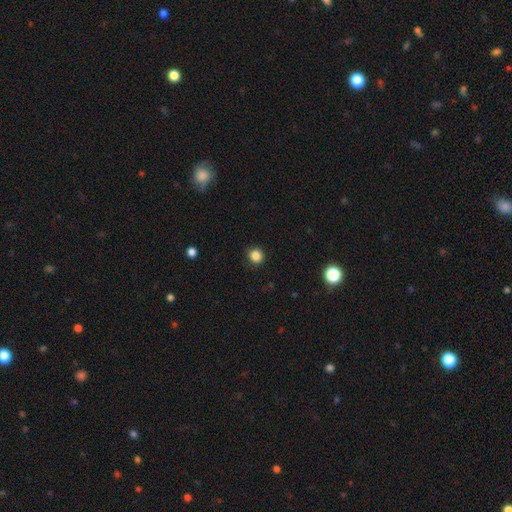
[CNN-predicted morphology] type=smooth (85%); roundness=round (88%); merging=none (90%).